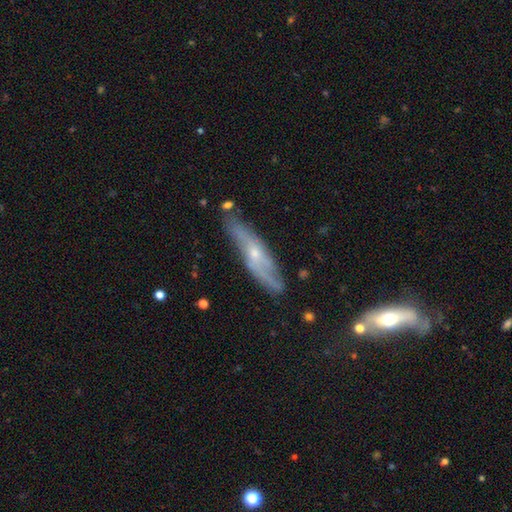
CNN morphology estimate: A featured or disk galaxy (66%) viewed edge-on (53%). Merging: none (69%).